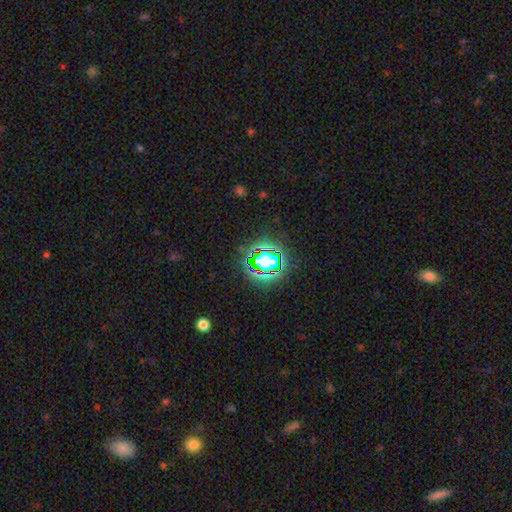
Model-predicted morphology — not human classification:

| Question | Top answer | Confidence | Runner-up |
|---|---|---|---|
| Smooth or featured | star or artifact | 75% | smooth (16%) |